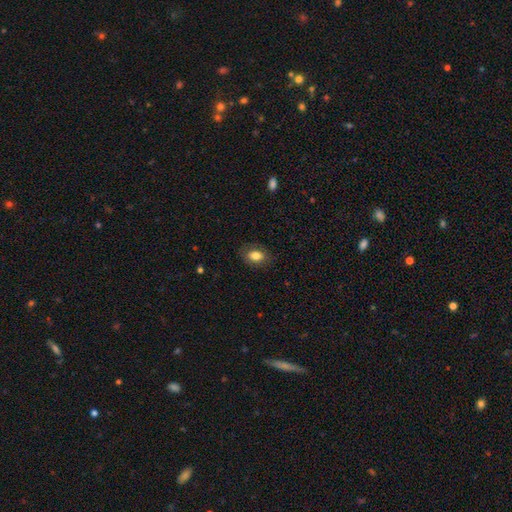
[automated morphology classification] A smooth galaxy with no disk features (82%) that is in between round and cigar-shaped (80%).

Vote fractions:
- Smooth or featured? smooth: 82% / featured or disk: 10% / star or artifact: 8%
- How rounded? in between: 80% / round: 18% / cigar-shaped: 1%
- Merging? none: 82% / minor disturbance: 13% / major disturbance: 4% / merger: 1%